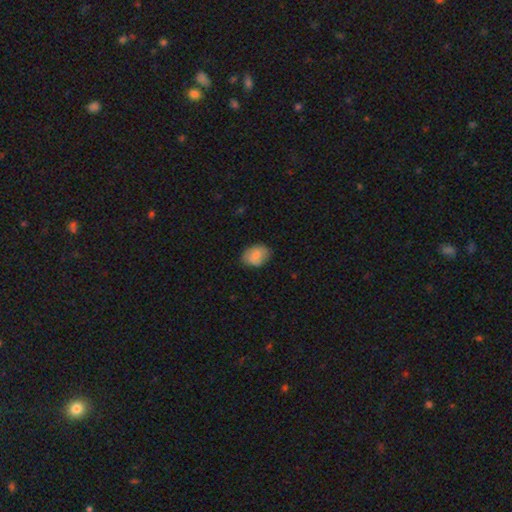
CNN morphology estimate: A smooth galaxy with no disk features (76%) that is in between round and cigar-shaped (72%).

Vote fractions:
- Smooth or featured? smooth: 76% / featured or disk: 17% / star or artifact: 7%
- How rounded? in between: 72% / round: 27% / cigar-shaped: 1%
- Merging? none: 76% / minor disturbance: 19% / major disturbance: 4% / merger: 1%